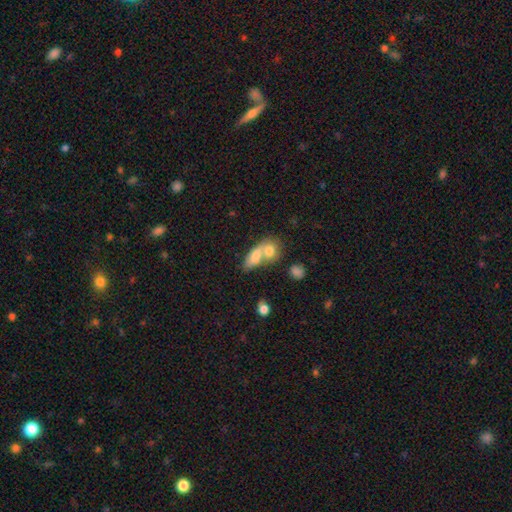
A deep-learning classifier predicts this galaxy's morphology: Q: Smooth or featured?
A: smooth (72%); runner-up: featured or disk (20%)
Q: How rounded?
A: in between (72%); runner-up: round (15%)
Q: Merging?
A: merger (66%); runner-up: none (22%)